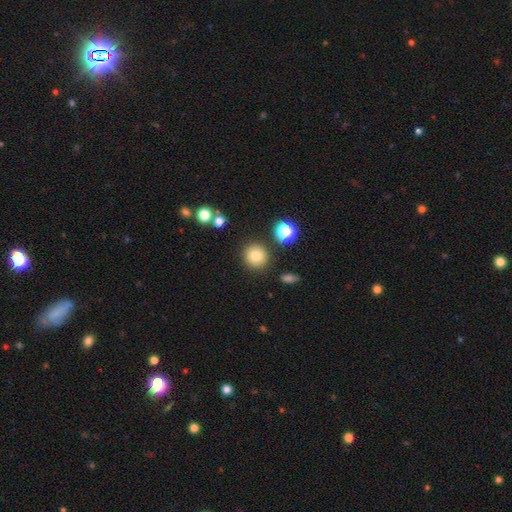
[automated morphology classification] type=smooth (79%); roundness=round (94%); merging=none (87%).